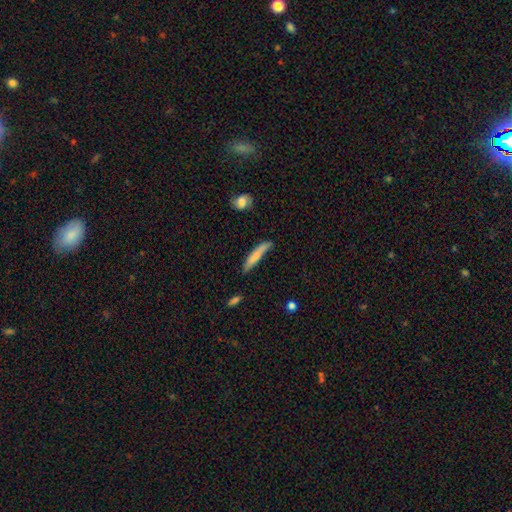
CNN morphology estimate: Smooth or featured: smooth — 72% (featured or disk — 23%)
How rounded: cigar-shaped — 90% (in between — 9%)
Merging: none — 66% (minor disturbance — 25%)